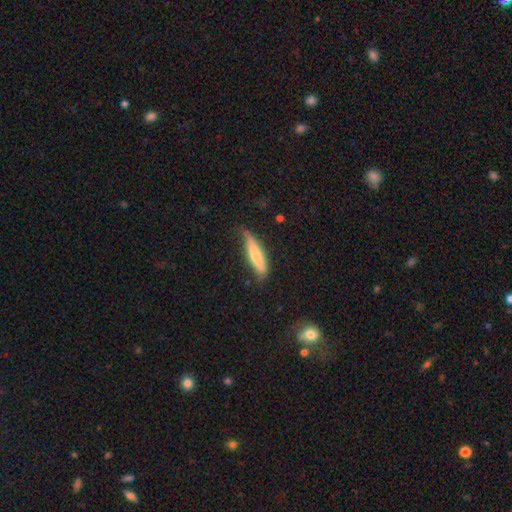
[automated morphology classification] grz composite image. It shows a smooth galaxy with no disk features (66%) that is cigar-shaped (79%). Merging: none (61%).